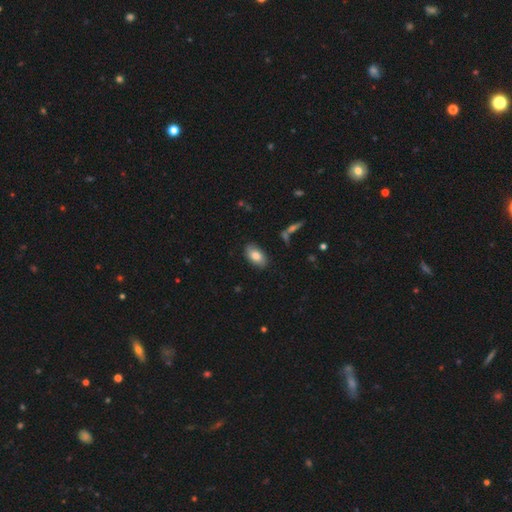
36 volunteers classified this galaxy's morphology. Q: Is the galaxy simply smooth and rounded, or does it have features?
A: smooth — 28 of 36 (78%).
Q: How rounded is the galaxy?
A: in between — 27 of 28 (96%).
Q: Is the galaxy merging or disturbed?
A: none — 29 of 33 (88%).